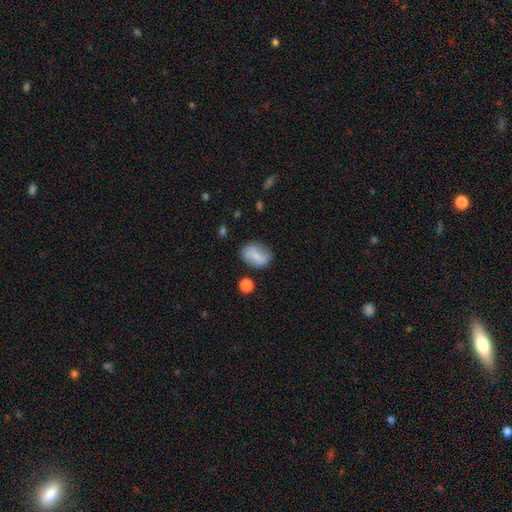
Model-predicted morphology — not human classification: smooth_or_featured: smooth (p=0.65) [alt: featured or disk p=0.26]
how_rounded: in between (p=0.70) [alt: round p=0.28]
merging: none (p=0.71) [alt: minor disturbance p=0.18]